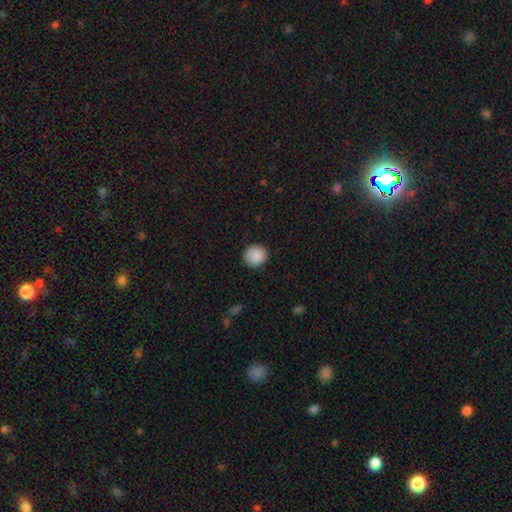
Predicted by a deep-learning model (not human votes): Q: Smooth or featured?
A: smooth (89%); runner-up: star or artifact (7%)
Q: How rounded?
A: round (88%); runner-up: in between (11%)
Q: Merging?
A: none (89%); runner-up: minor disturbance (8%)